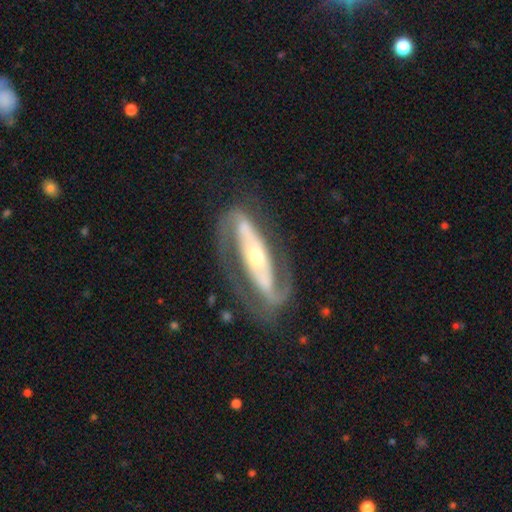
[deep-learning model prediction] smooth-or-featured: featured or disk: 88% | smooth: 8% | star or artifact: 4%
  disk-edge-on: no: 89% | yes: 11%
    bar: strong: 57% | no: 26% | weak: 17%
    has-spiral-arms: yes: 93% | no: 7%
      spiral-winding: medium: 47% | tight: 31% | loose: 22%
      spiral-arm-count: 2: 89% | can't tell: 4% | 1: 4% | 3: 1% | 4: 1% | more than 4: 1%
    bulge-size: moderate: 48% | small: 44% | large: 5% | dominant: 2% | none: 1%
  merging: none: 72% | minor disturbance: 14% | major disturbance: 11% | merger: 2%